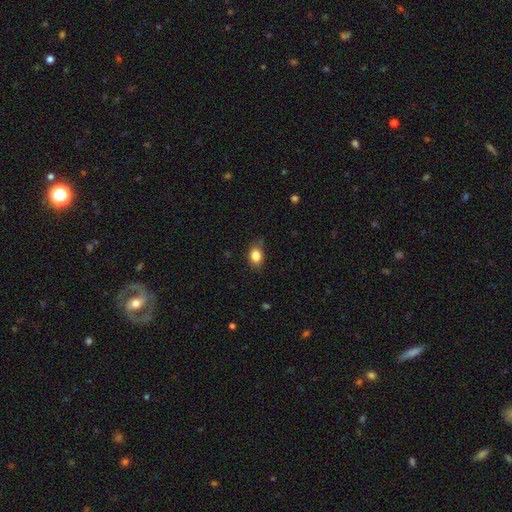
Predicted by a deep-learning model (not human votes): Q: Smooth or featured?
A: smooth (84%); runner-up: star or artifact (10%)
Q: How rounded?
A: in between (62%); runner-up: round (37%)
Q: Merging?
A: none (71%); runner-up: minor disturbance (23%)